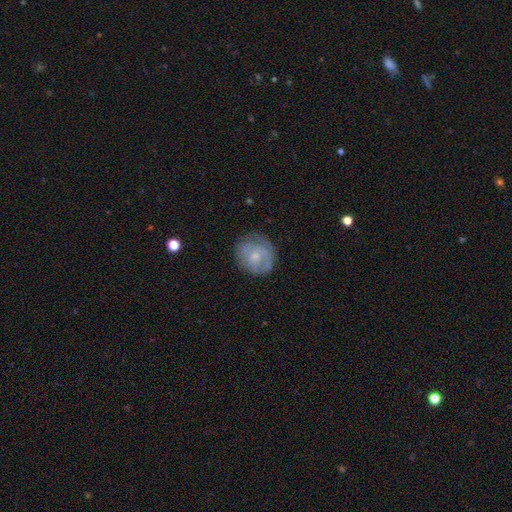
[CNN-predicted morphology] smooth-or-featured: featured or disk: 49% | smooth: 44% | star or artifact: 7%
  merging: none: 71% | minor disturbance: 20% | major disturbance: 7% | merger: 1%